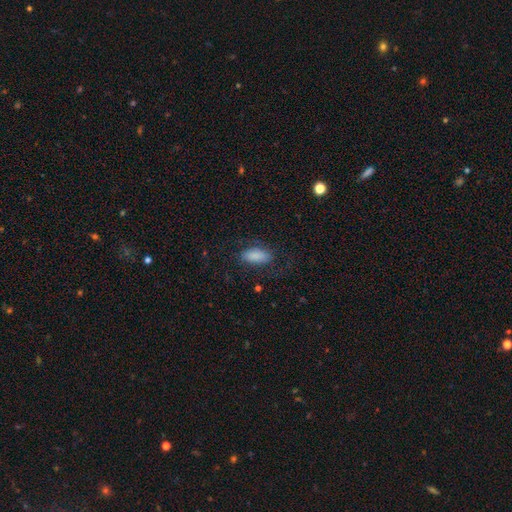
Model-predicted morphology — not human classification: Smooth or featured: smooth — 80% (featured or disk — 12%)
How rounded: in between — 88% (cigar-shaped — 9%)
Merging: none — 68% (minor disturbance — 19%)